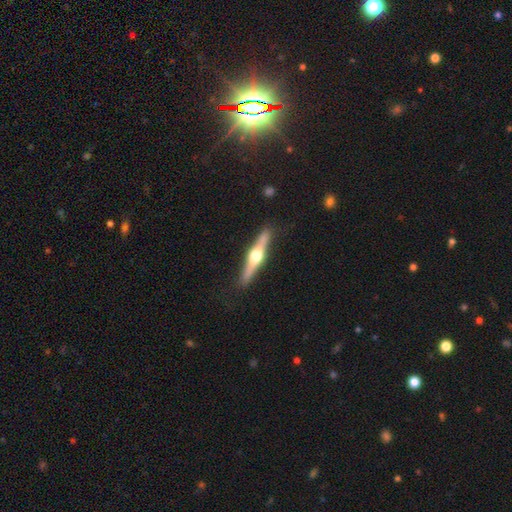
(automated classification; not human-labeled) smooth_or_featured: featured or disk (p=0.72) [alt: smooth p=0.23]
disk_edge_on: yes (p=0.97) [alt: no p=0.03]
edge_on_bulge: rounded (p=0.95) [alt: boxy p=0.03]
merging: none (p=0.89) [alt: minor disturbance p=0.08]